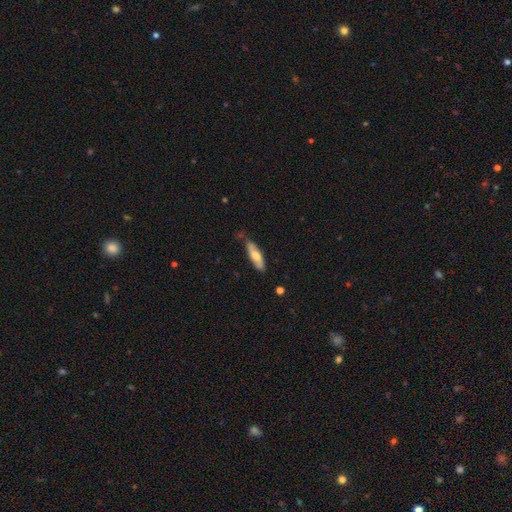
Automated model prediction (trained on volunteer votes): Smooth or featured?
  - smooth: 57% *
  - featured or disk: 37%
  - star or artifact: 6%
How rounded?
  - cigar-shaped: 52% *
  - in between: 46%
  - round: 2%
Merging?
  - none: 75% *
  - minor disturbance: 19%
  - major disturbance: 3%
  - merger: 3%